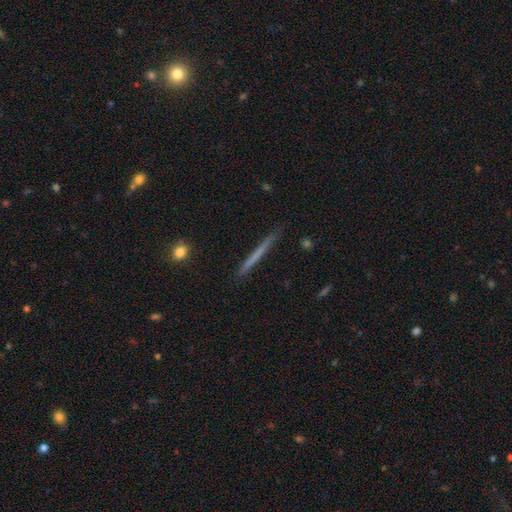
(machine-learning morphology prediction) A smooth galaxy with no disk features (52%) that is cigar-shaped (97%). Merging: none (88%).